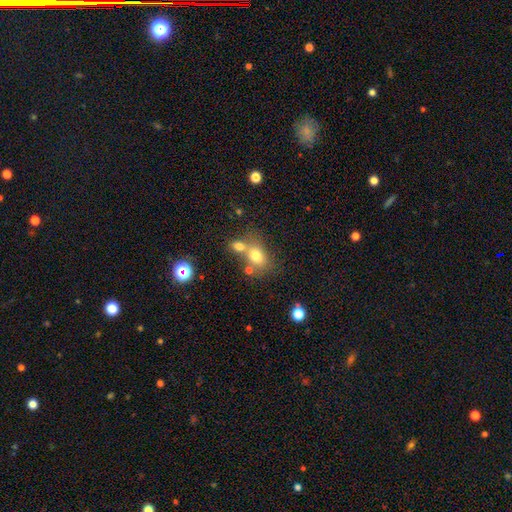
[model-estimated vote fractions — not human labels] A smooth galaxy with no disk features (73%) that is in between round and cigar-shaped (61%).

Vote fractions:
- Smooth or featured? smooth: 73% / featured or disk: 14% / star or artifact: 12%
- How rounded? in between: 61% / round: 38% / cigar-shaped: 2%
- Merging? merger: 43% / none: 41% / minor disturbance: 11% / major disturbance: 5%